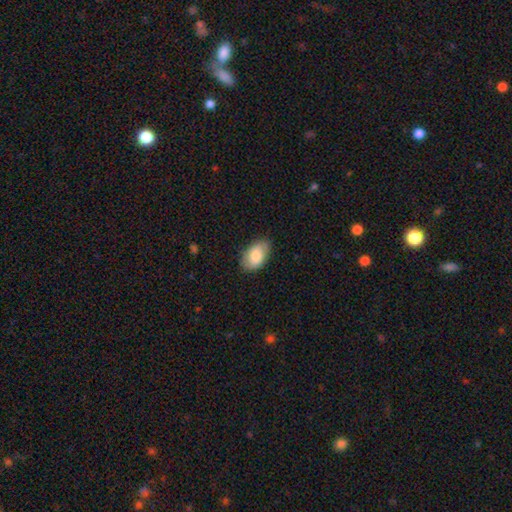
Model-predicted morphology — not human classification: Overall: smooth (81%). How rounded: in between (92%). Merging: none (80%).